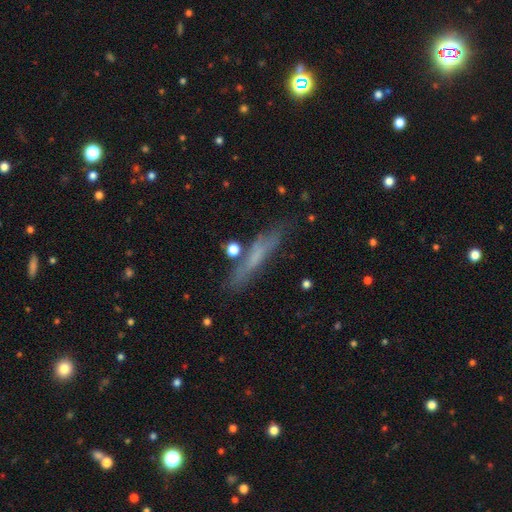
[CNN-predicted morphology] A smooth galaxy with no disk features (55%) that is cigar-shaped (87%).

Vote fractions:
- Smooth or featured? smooth: 55% / featured or disk: 35% / star or artifact: 10%
- How rounded? cigar-shaped: 87% / in between: 10% / round: 2%
- Merging? none: 71% / minor disturbance: 18% / major disturbance: 6% / merger: 5%